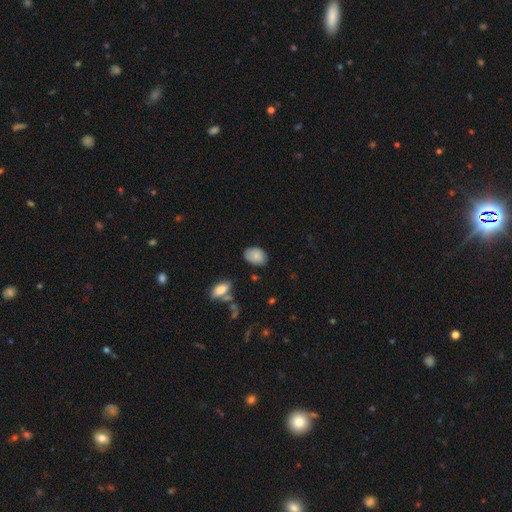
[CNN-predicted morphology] This is clearly a smooth galaxy (84%). How rounded: clearly in between (82%). Merging: likely none (75%).